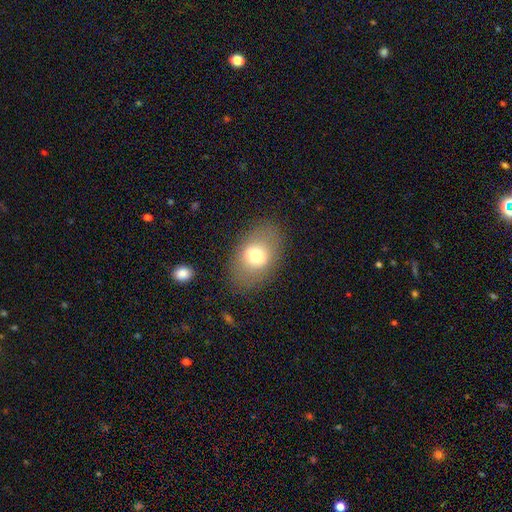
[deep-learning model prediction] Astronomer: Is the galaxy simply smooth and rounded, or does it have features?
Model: smooth — 69%.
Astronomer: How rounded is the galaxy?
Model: in between — 82%.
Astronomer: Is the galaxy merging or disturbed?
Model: none — 82%.